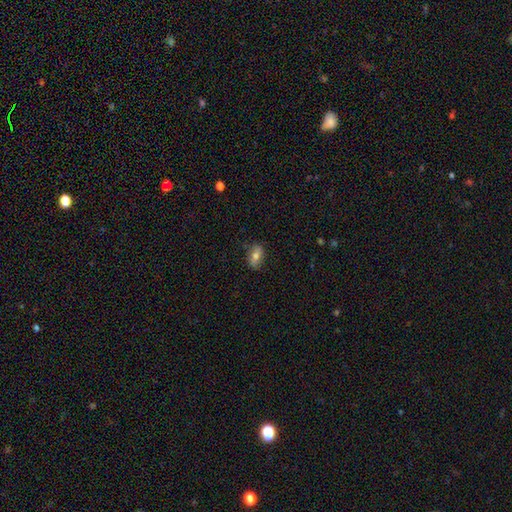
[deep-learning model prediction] smooth-or-featured: smooth: 66% | featured or disk: 25% | star or artifact: 8%
  how-rounded: in between: 82% | round: 10% | cigar-shaped: 8%
  merging: none: 80% | minor disturbance: 15% | major disturbance: 3% | merger: 1%